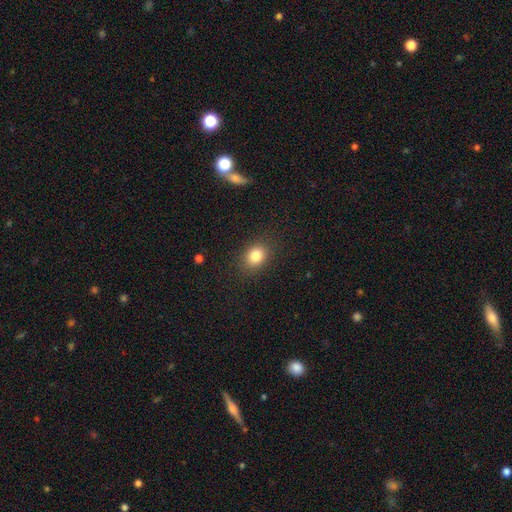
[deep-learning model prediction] Smooth or featured? smooth (82%)
How rounded? in between (50%)
Merging? none (86%)